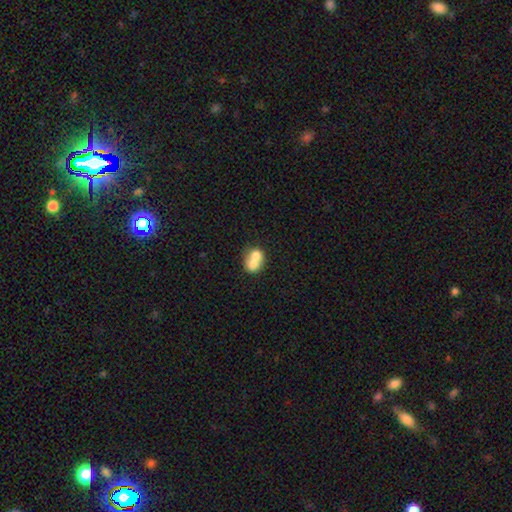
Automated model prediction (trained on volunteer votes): smooth_or_featured: smooth (p=0.66) [alt: featured or disk p=0.26]
how_rounded: round (p=0.57) [alt: in between p=0.42]
merging: merger (p=0.72) [alt: none p=0.19]